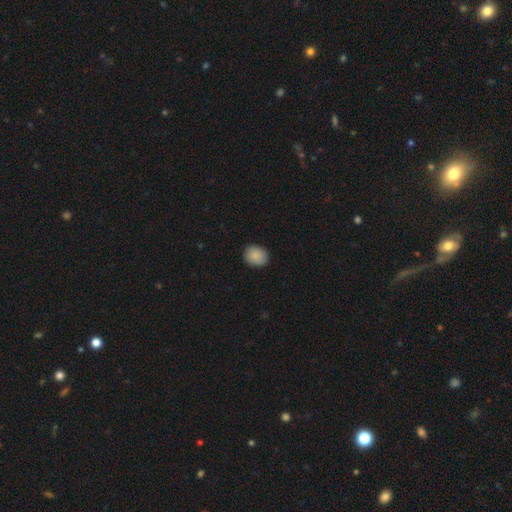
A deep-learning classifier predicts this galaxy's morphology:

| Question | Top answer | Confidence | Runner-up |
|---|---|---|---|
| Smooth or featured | smooth | 88% | star or artifact (7%) |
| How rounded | round | 68% | in between (32%) |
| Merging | none | 88% | minor disturbance (10%) |